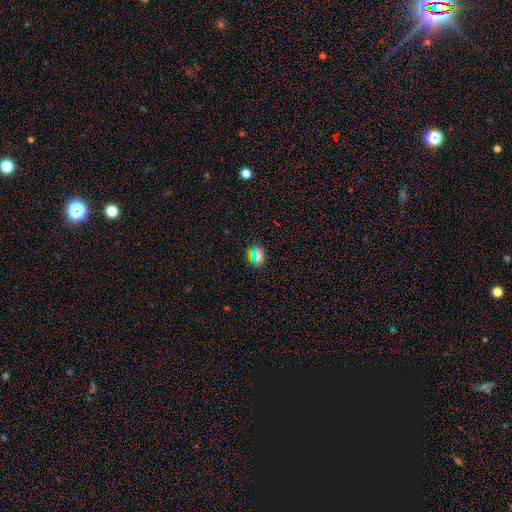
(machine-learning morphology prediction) A smooth galaxy with no disk features (63%) that is round (73%). Merging: none (85%).